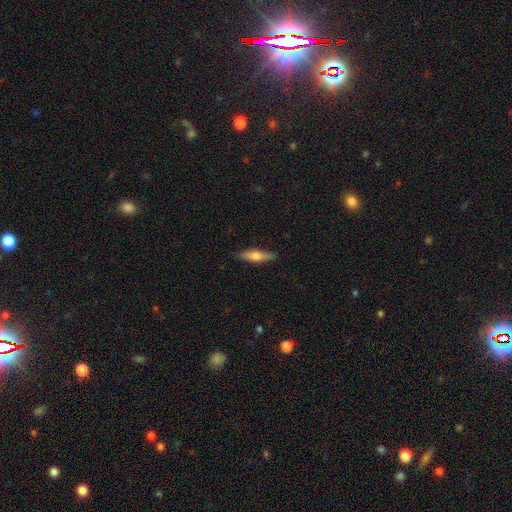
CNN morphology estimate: smooth_or_featured: smooth (p=0.58) [alt: featured or disk p=0.36]
how_rounded: cigar-shaped (p=0.67) [alt: in between p=0.30]
merging: none (p=0.87) [alt: minor disturbance p=0.10]